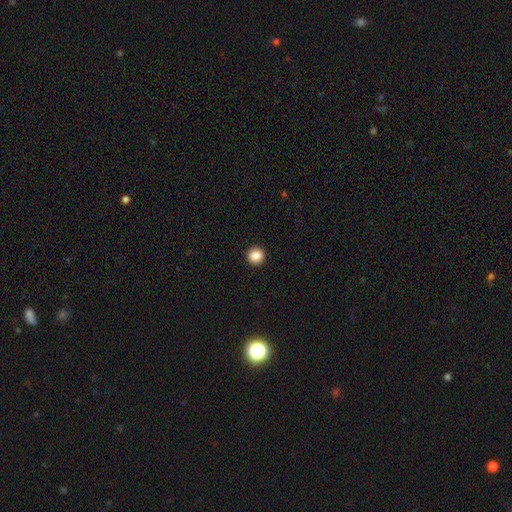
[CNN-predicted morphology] Q: Smooth or featured?
A: smooth (87%); runner-up: star or artifact (10%)
Q: How rounded?
A: round (94%); runner-up: in between (5%)
Q: Merging?
A: none (93%); runner-up: minor disturbance (5%)